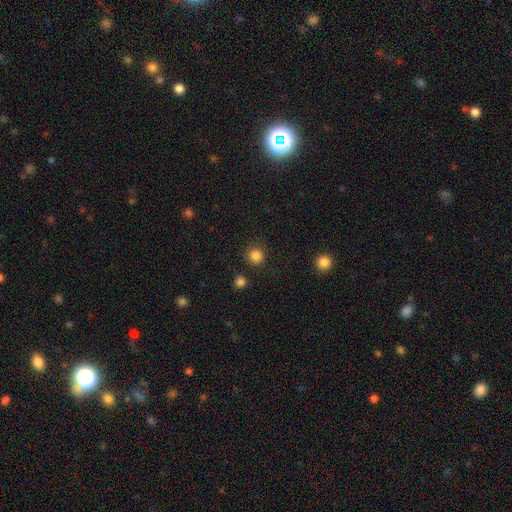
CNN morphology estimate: type=smooth (85%); roundness=round (94%); merging=none (88%).